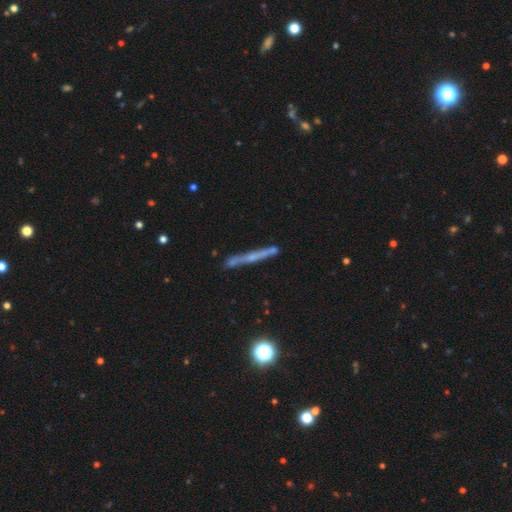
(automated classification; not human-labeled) Smooth or featured?
  - featured or disk: 63% *
  - smooth: 27%
  - star or artifact: 10%
Edge-on disk?
  - yes: 95% *
  - no: 5%
Edge-on bulge?
  - none: 51% *
  - rounded: 42%
  - boxy: 7%
Merging?
  - none: 80% *
  - minor disturbance: 13%
  - merger: 4%
  - major disturbance: 3%